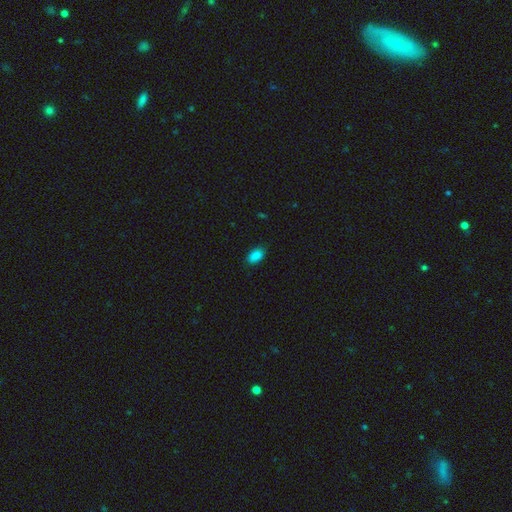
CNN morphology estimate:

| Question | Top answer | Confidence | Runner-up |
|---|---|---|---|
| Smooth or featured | smooth | 88% | star or artifact (9%) |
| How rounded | in between | 92% | round (6%) |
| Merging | none | 87% | minor disturbance (10%) |